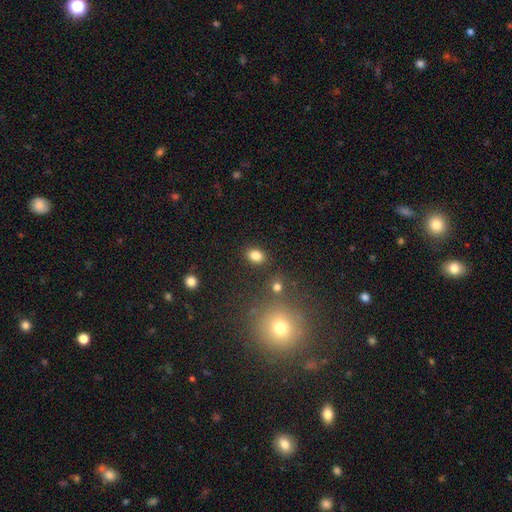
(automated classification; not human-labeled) This appears to be a smooth galaxy with no disk features (83%) that is in between round and cigar-shaped (69%). Merging: none (84%).